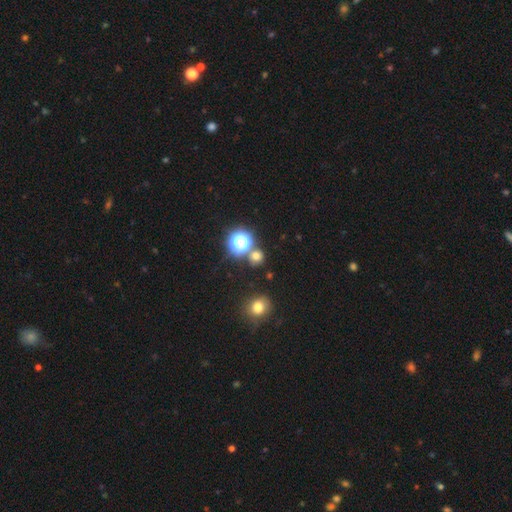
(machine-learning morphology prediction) smooth-or-featured: smooth: 64% | star or artifact: 30% | featured or disk: 6%
  how-rounded: round: 88% | in between: 11% | cigar-shaped: 1%
  merging: none: 77% | merger: 12% | minor disturbance: 8% | major disturbance: 3%